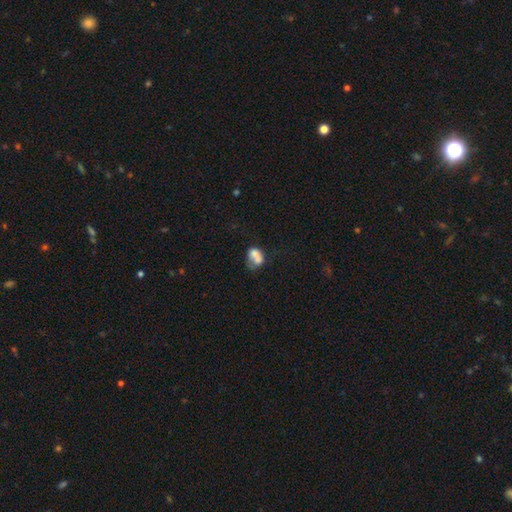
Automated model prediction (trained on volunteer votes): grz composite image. It shows a smooth galaxy with no disk features (67%) that is in between round and cigar-shaped (63%). Merging: merger (58%).